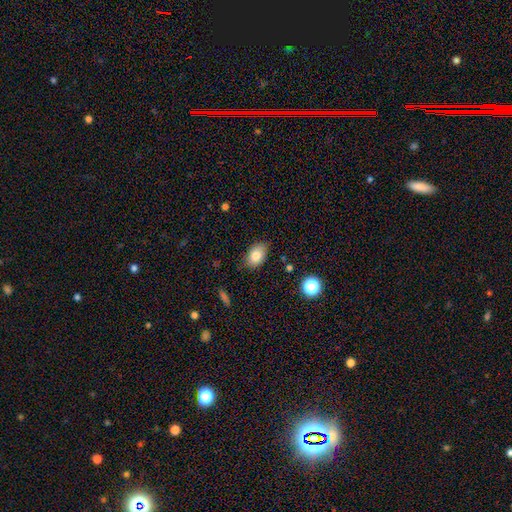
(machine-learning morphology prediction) smooth_or_featured: smooth (p=0.82) [alt: featured or disk p=0.09]
how_rounded: in between (p=0.85) [alt: round p=0.14]
merging: none (p=0.82) [alt: minor disturbance p=0.14]